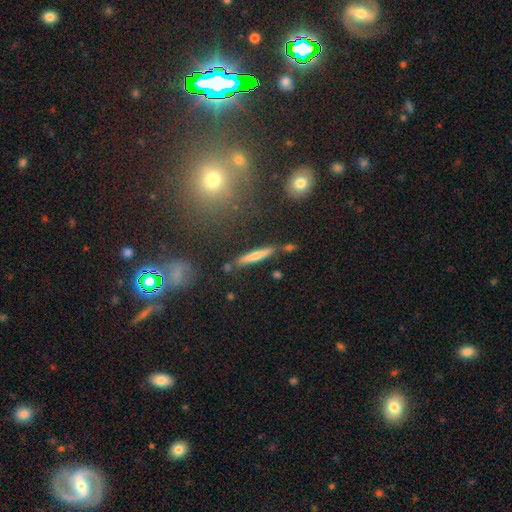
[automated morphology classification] smooth 65%, featured or disk 28%, star or artifact 8%. Down the decision tree: how rounded — cigar-shaped (92%); merging — none (77%).